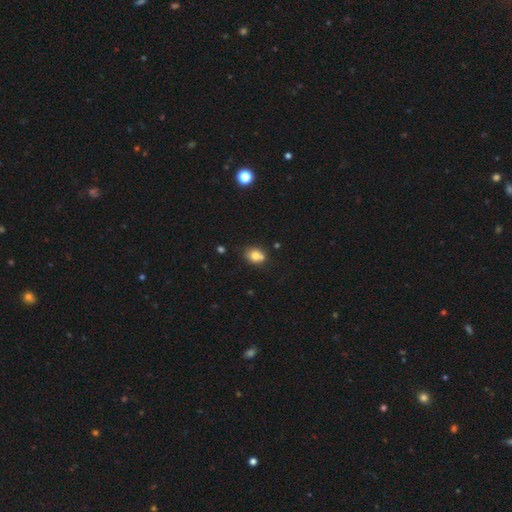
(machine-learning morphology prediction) Smooth or featured? smooth (75%)
How rounded? round (60%)
Merging? none (55%)